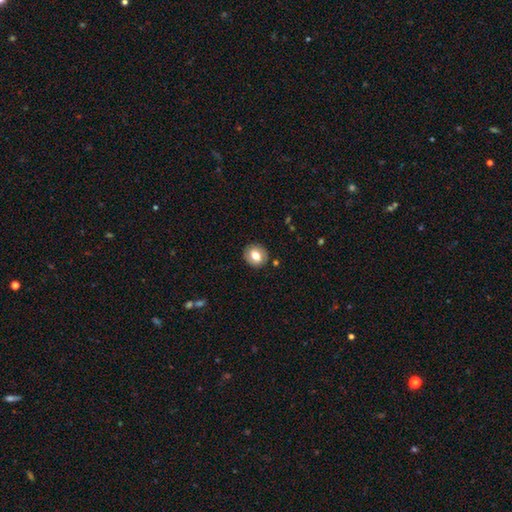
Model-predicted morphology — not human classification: Smooth or featured? smooth (73%)
How rounded? round (75%)
Merging? none (88%)